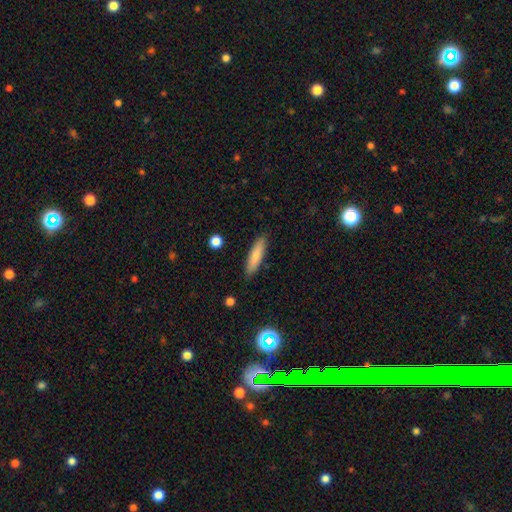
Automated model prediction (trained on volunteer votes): Morphology: type=smooth (81%); roundness=cigar-shaped (75%); merging=none (88%).